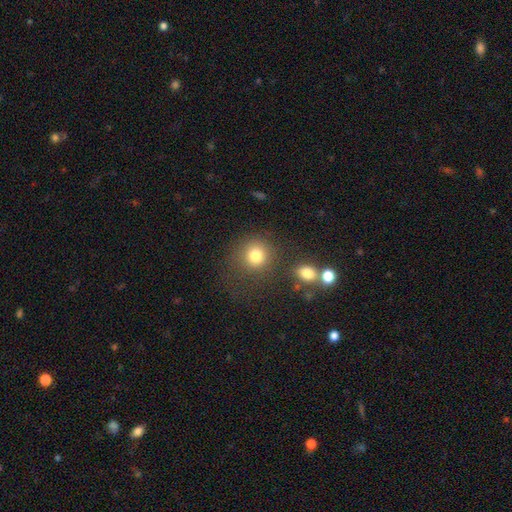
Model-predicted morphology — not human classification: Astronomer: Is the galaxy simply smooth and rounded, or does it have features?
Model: smooth — 81%.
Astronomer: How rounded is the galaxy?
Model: round — 86%.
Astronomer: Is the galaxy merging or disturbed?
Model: none — 73%.